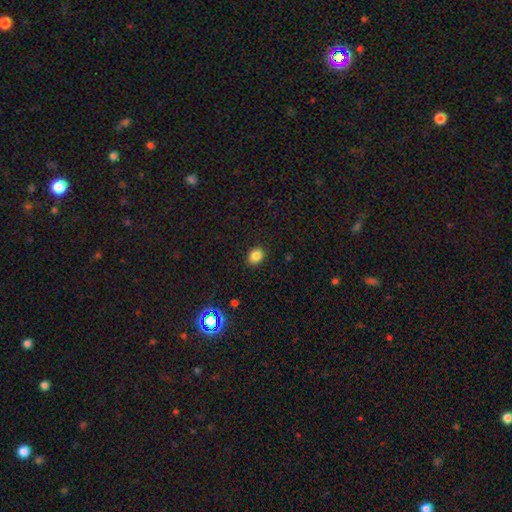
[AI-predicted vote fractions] This is clearly a smooth galaxy (83%). How rounded: possibly round (56%). Merging: clearly none (88%).